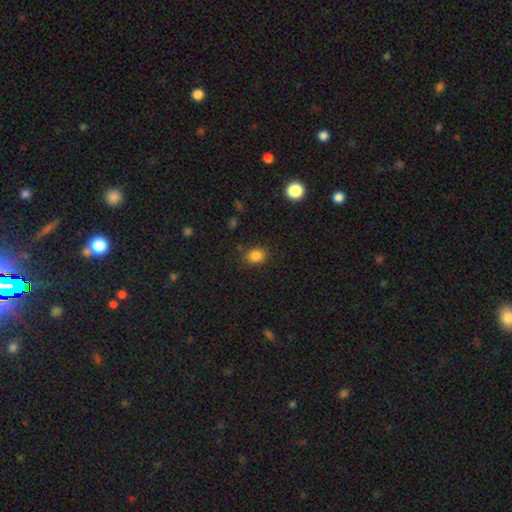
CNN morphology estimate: smooth 84%, star or artifact 11%, featured or disk 4%. Down the decision tree: how rounded — in between (53%); merging — none (84%).